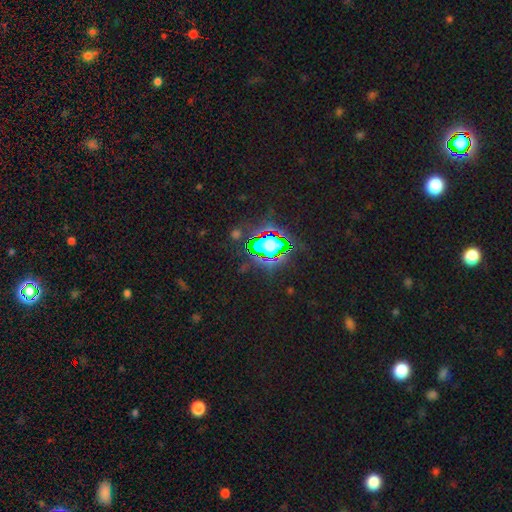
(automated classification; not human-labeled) star or artifact 82%, smooth 11%, featured or disk 7%.